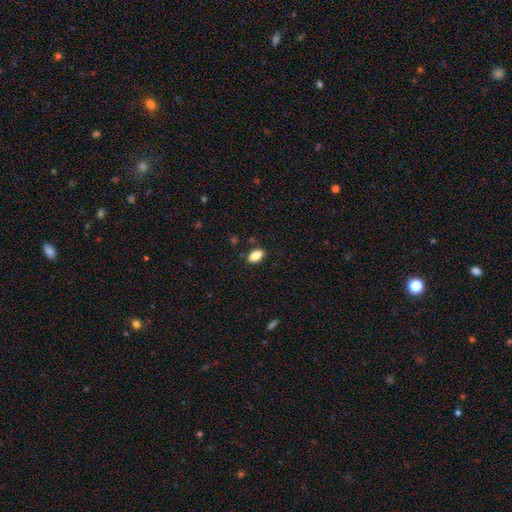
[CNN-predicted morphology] Overall: smooth (85%). How rounded: in between (90%). Merging: none (86%).